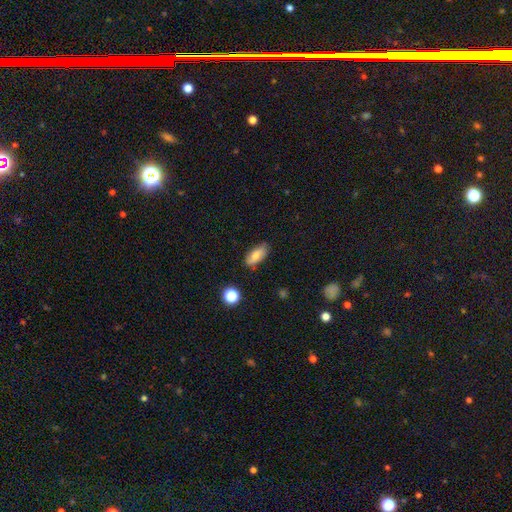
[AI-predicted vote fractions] Q: Smooth or featured?
A: smooth (75%); runner-up: featured or disk (16%)
Q: How rounded?
A: in between (85%); runner-up: cigar-shaped (12%)
Q: Merging?
A: none (80%); runner-up: minor disturbance (15%)